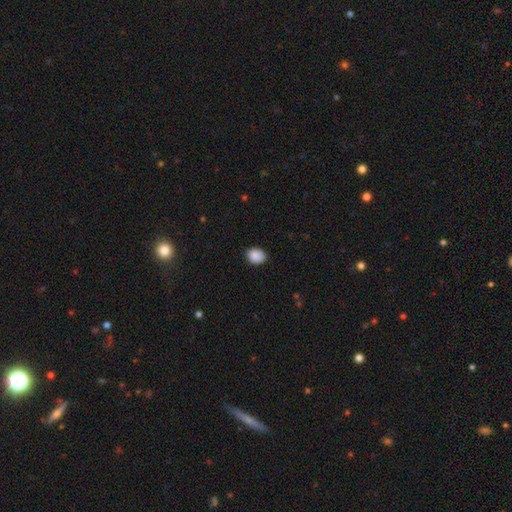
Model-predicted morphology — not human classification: Overall: smooth (89%). How rounded: round (54%; in between 46%). Merging: none (86%).